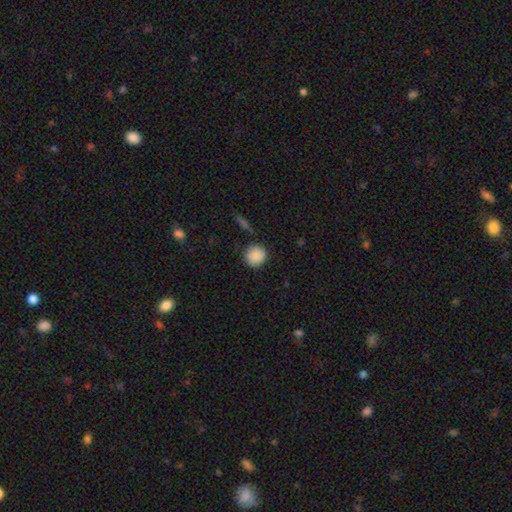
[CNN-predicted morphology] Smooth or featured: smooth — 88% (star or artifact — 8%)
How rounded: round — 92% (in between — 7%)
Merging: none — 84% (minor disturbance — 11%)